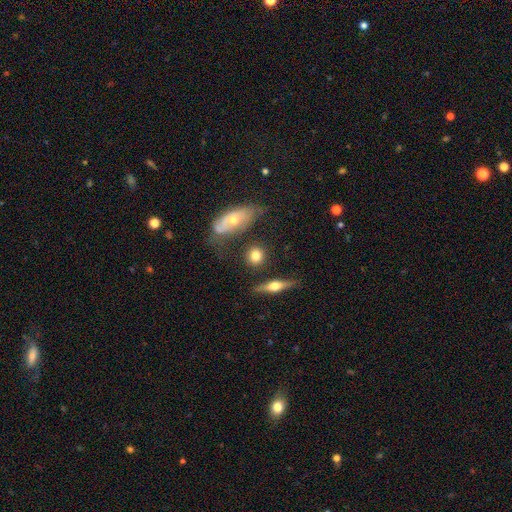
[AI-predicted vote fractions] Morphology: type=smooth (72%); roundness=round (73%); merging=none (75%).